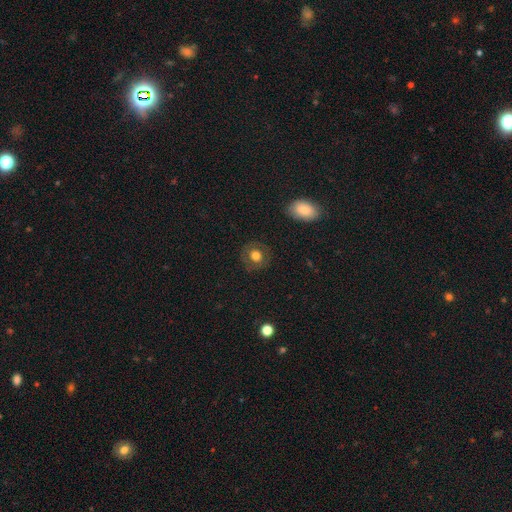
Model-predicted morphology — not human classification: Smooth or featured? smooth (67%)
How rounded? round (82%)
Merging? none (85%)